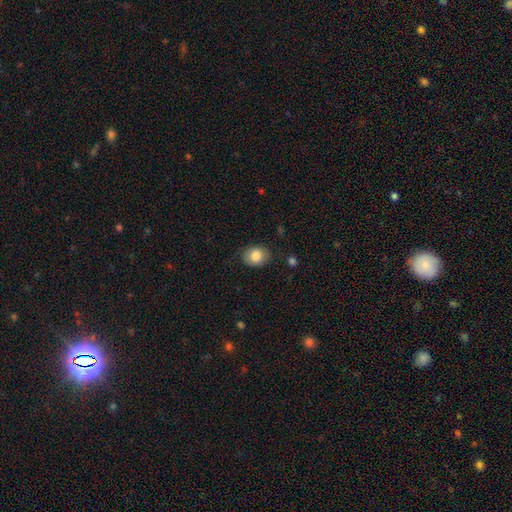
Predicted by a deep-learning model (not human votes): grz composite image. It shows a smooth galaxy with no disk features (83%) that is in between round and cigar-shaped (56%). Merging: none (81%).